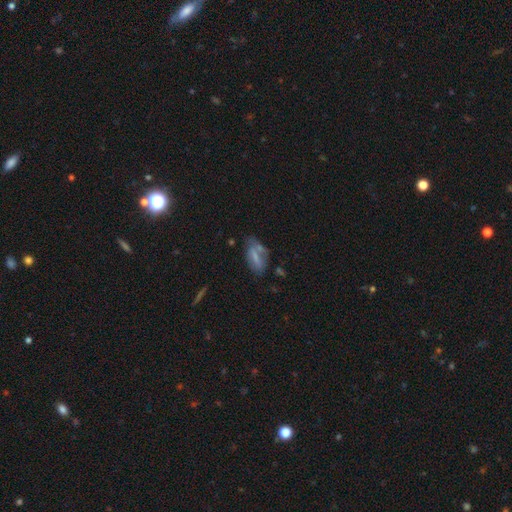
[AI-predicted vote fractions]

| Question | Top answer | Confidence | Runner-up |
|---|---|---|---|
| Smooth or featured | smooth | 56% | featured or disk (34%) |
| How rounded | in between | 76% | cigar-shaped (21%) |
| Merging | none | 50% | minor disturbance (27%) |